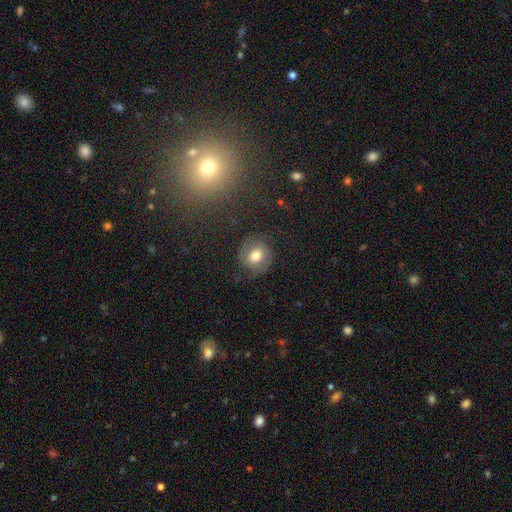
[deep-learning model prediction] The model was most divided on "smooth or featured": smooth: 57%, featured or disk: 33%, star or artifact: 10%. More confident: how rounded — round (79%); merging — none (77%).